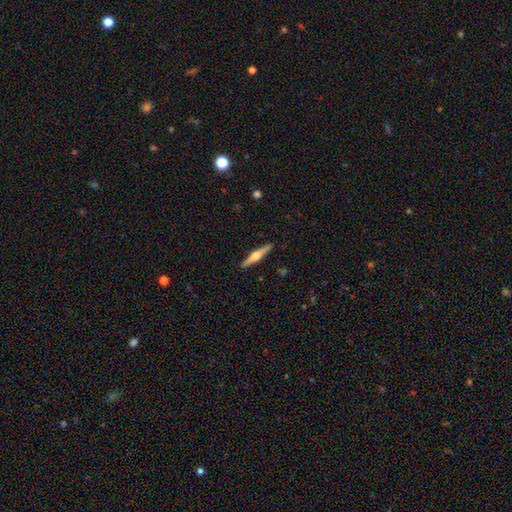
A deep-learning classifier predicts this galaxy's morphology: Smooth or featured? featured or disk (72%)
Edge-on disk? yes (98%)
Edge-on bulge? rounded (93%)
Merging? none (92%)